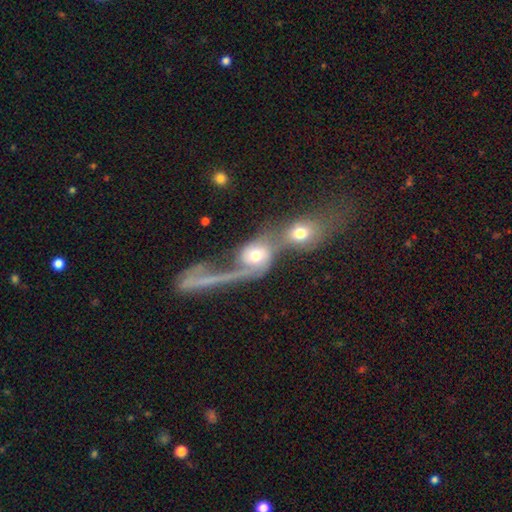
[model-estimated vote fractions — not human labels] The model was most divided on "smooth or featured": featured or disk: 47%, smooth: 41%, star or artifact: 12%. More confident: merging — merger (69%).